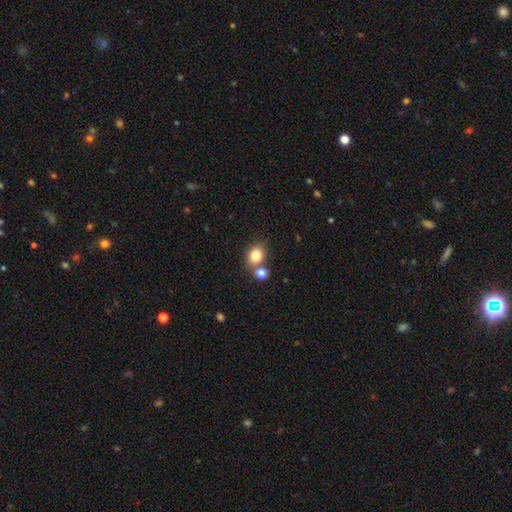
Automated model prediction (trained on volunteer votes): Smooth or featured? Predicted: smooth (p=0.82). How rounded? Predicted: round (p=0.59). Merging? Predicted: none (p=0.64).